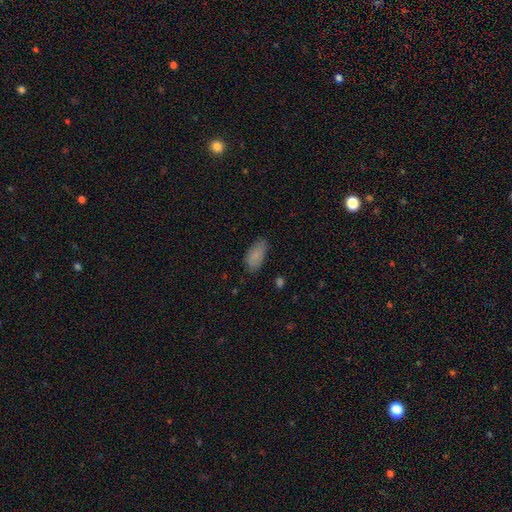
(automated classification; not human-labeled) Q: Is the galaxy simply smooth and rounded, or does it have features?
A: smooth — 84%.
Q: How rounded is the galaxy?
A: in between — 92%.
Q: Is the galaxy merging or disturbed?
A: none — 75%.